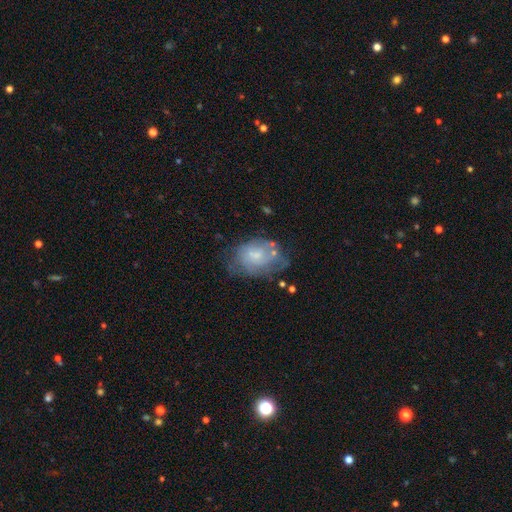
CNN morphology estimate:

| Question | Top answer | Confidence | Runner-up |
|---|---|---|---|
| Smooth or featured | featured or disk | 48% | smooth (43%) |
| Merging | none | 44% | minor disturbance (29%) |